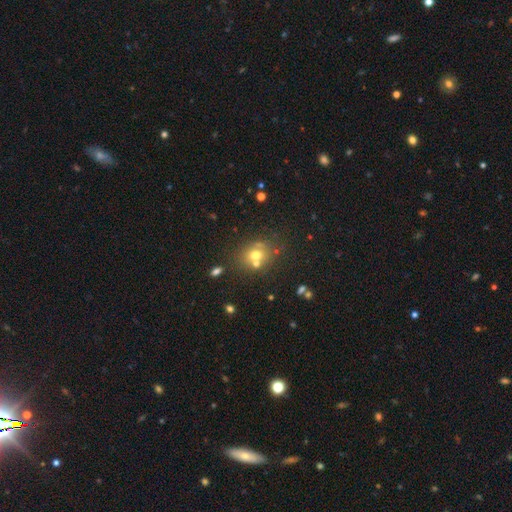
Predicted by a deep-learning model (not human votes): A smooth galaxy with no disk features (61%) that is round (66%). Merging: none (54%).